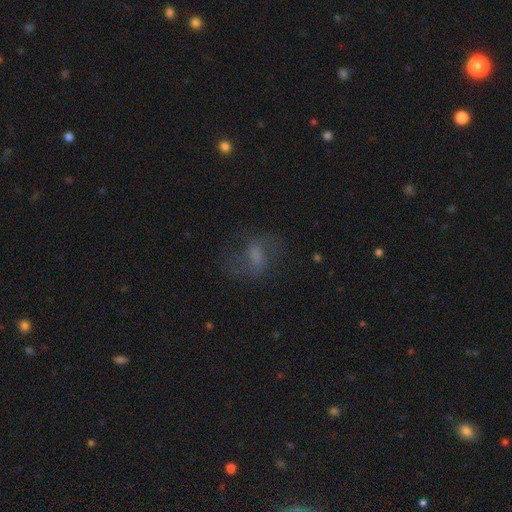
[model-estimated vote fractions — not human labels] Morphology: type=featured or disk (48%); merging=none (67%).